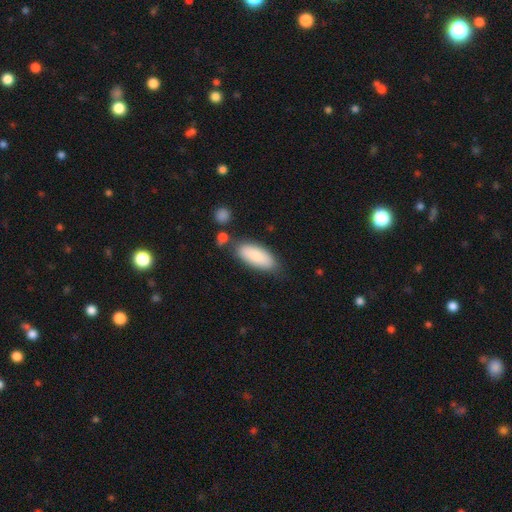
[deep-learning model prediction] smooth_or_featured: smooth (p=0.86) [alt: featured or disk p=0.09]
how_rounded: in between (p=0.82) [alt: cigar-shaped p=0.16]
merging: none (p=0.70) [alt: minor disturbance p=0.17]